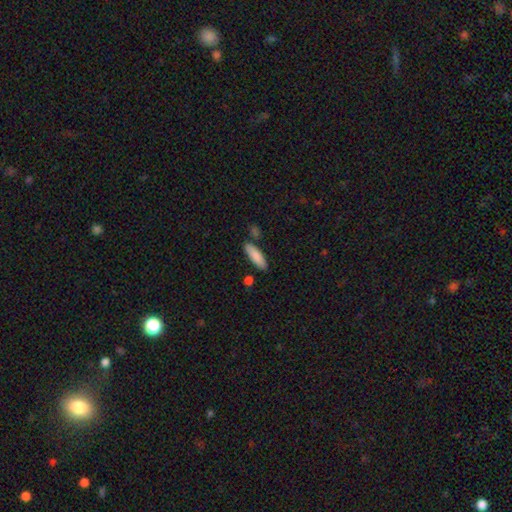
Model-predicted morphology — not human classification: This appears to be a smooth galaxy with no disk features (86%) that is cigar-shaped (52%). Merging: none (79%).